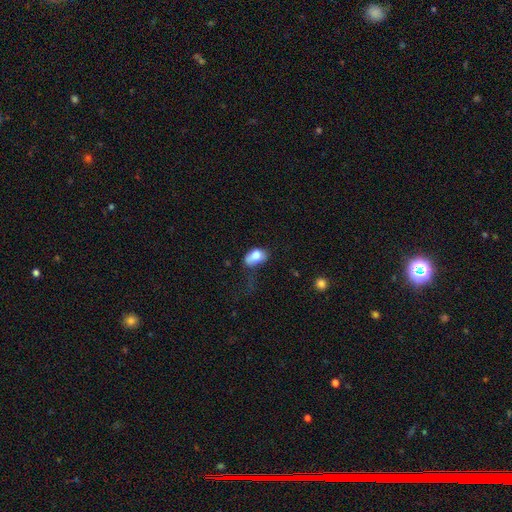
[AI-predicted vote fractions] Overall: smooth (77%). How rounded: in between (85%). Merging: minor disturbance (34%; none 33%).